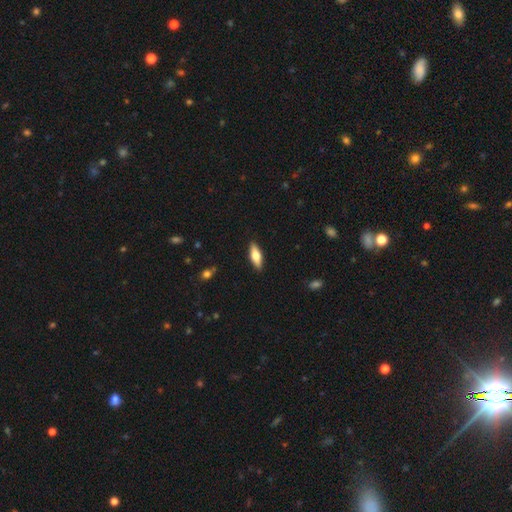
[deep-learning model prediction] Smooth or featured? smooth (63%)
How rounded? in between (61%)
Merging? none (89%)